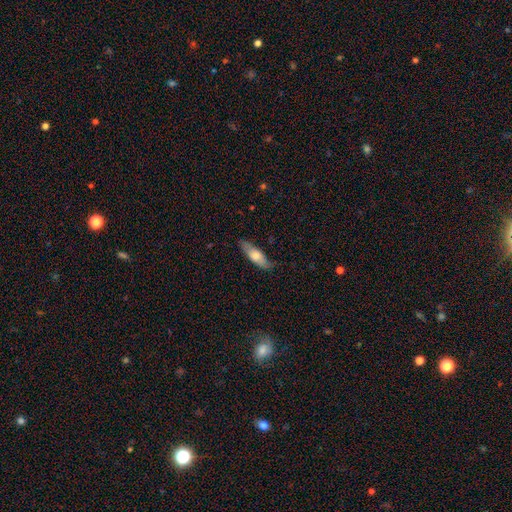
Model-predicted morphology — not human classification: smooth-or-featured: smooth: 65% | featured or disk: 29% | star or artifact: 6%
  how-rounded: in between: 50% | cigar-shaped: 49% | round: 2%
  merging: none: 80% | minor disturbance: 16% | major disturbance: 3% | merger: 1%